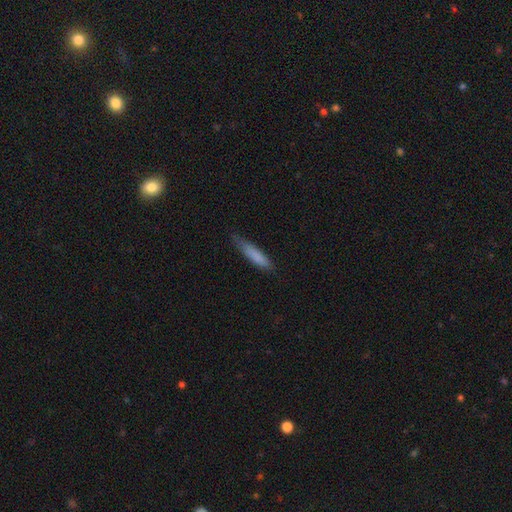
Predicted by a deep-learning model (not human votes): Smooth or featured? Predicted: smooth (p=0.80). How rounded? Predicted: cigar-shaped (p=0.85). Merging? Predicted: none (p=0.69).